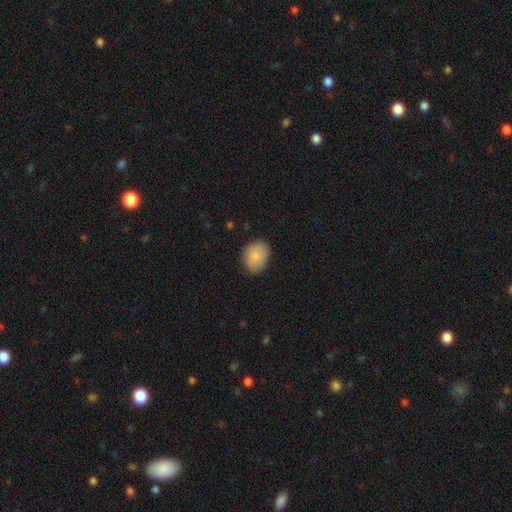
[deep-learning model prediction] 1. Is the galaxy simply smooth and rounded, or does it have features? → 82% smooth, 11% featured or disk, 6% star or artifact.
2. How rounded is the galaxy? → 57% in between, 42% round, 1% cigar-shaped.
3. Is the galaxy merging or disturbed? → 77% none, 18% minor disturbance, 4% major disturbance, 1% merger.